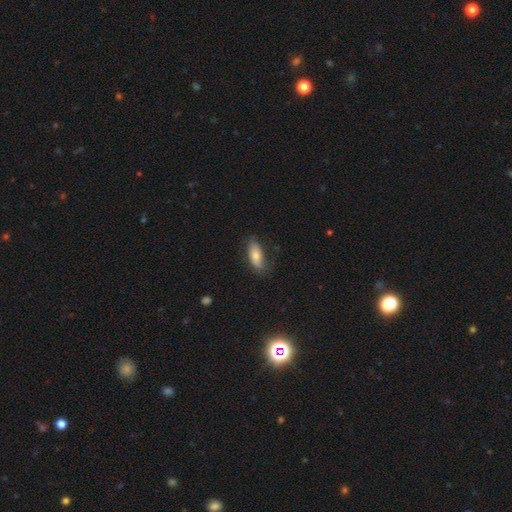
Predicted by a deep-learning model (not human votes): Q: Smooth or featured?
A: smooth (74%); runner-up: featured or disk (19%)
Q: How rounded?
A: in between (79%); runner-up: cigar-shaped (18%)
Q: Merging?
A: none (73%); runner-up: minor disturbance (21%)